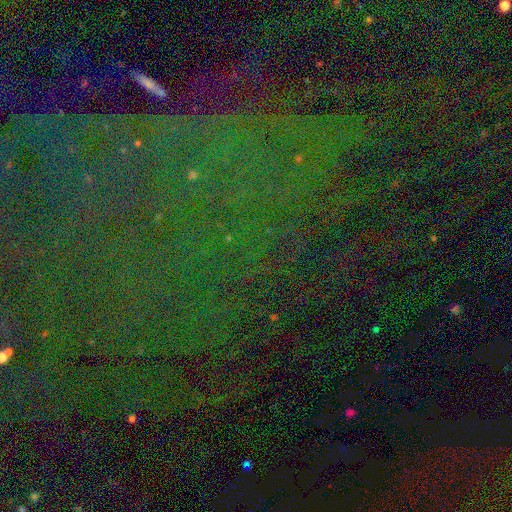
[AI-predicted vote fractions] Smooth or featured?
  - star or artifact: 82% *
  - smooth: 10%
  - featured or disk: 9%